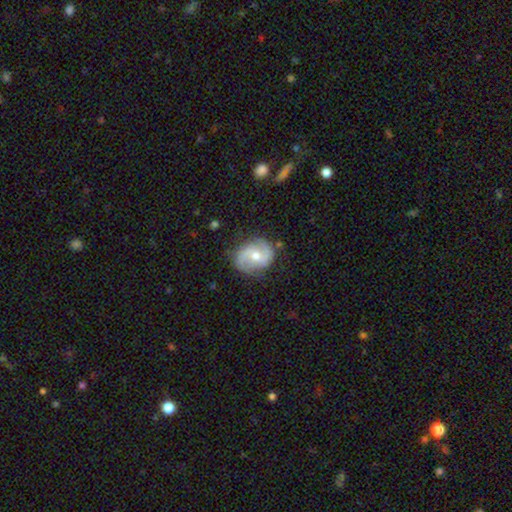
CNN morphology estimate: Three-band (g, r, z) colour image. It shows a featured or disk galaxy (78%) with no bar (48%), 2 (89%) medium (48%) spiral arms (93%) and a moderate central bulge (67%). Merging: none (78%).